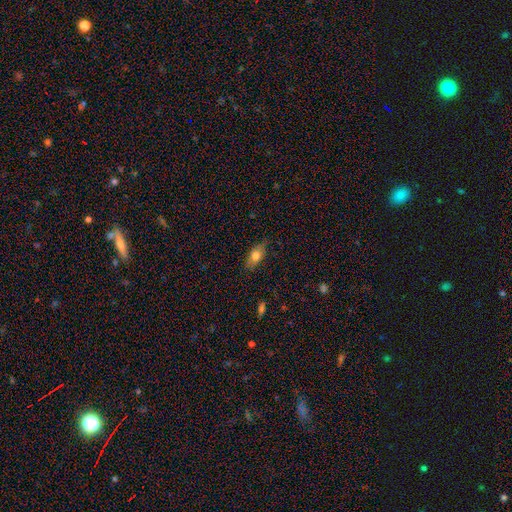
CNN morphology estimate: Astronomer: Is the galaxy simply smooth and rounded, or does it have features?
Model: smooth — 73%.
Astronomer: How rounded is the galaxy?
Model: in between — 81%.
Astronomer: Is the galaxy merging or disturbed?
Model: none — 77%.